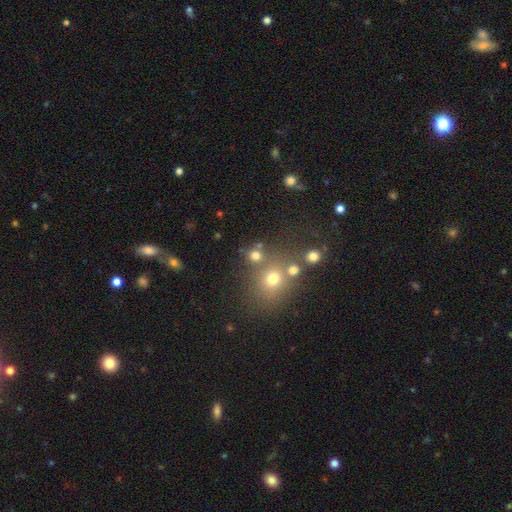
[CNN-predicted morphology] The model was most divided on "merging": none: 65%, merger: 20%, minor disturbance: 9%, major disturbance: 6%. More confident: how rounded — round (84%); smooth or featured — smooth (69%).